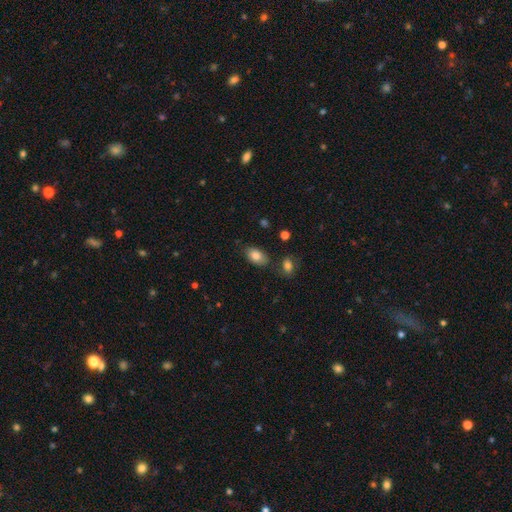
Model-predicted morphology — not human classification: Smooth or featured? Predicted: smooth (p=0.83). How rounded? Predicted: in between (p=0.89). Merging? Predicted: none (p=0.77).